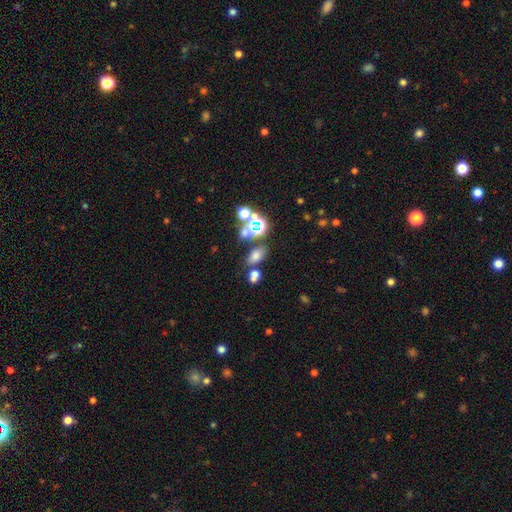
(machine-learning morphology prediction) This appears to be a smooth galaxy with no disk features (65%) that is in between round and cigar-shaped (81%). Merging: none (59%).